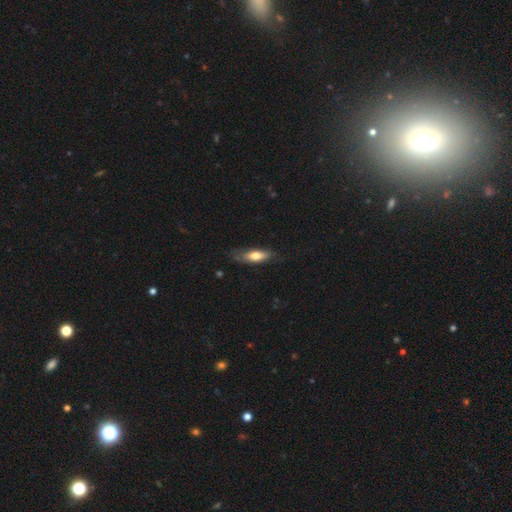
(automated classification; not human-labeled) Smooth or featured? smooth (65%)
How rounded? in between (56%)
Merging? none (66%)